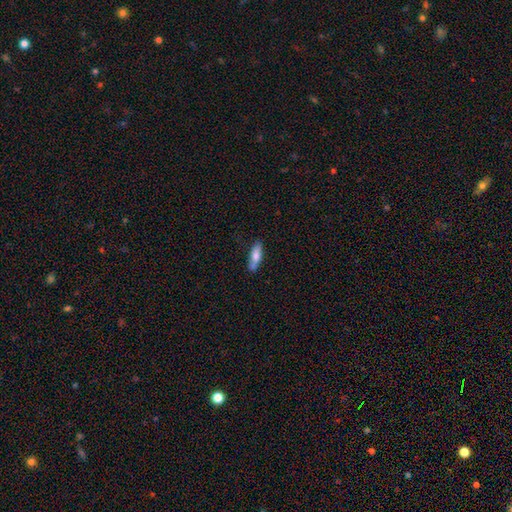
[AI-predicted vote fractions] A smooth galaxy with no disk features (75%) that is cigar-shaped (54%).

Vote fractions:
- Smooth or featured? smooth: 75% / featured or disk: 19% / star or artifact: 6%
- How rounded? cigar-shaped: 54% / in between: 44% / round: 2%
- Merging? none: 70% / minor disturbance: 20% / merger: 6% / major disturbance: 4%